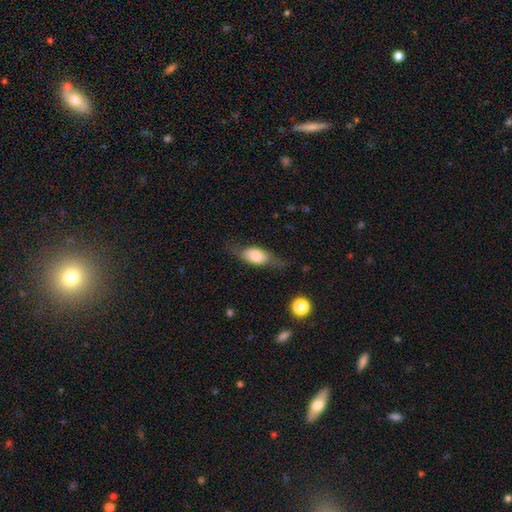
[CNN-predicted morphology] A smooth galaxy with no disk features (60%) that is in between round and cigar-shaped (76%). Merging: none (60%).